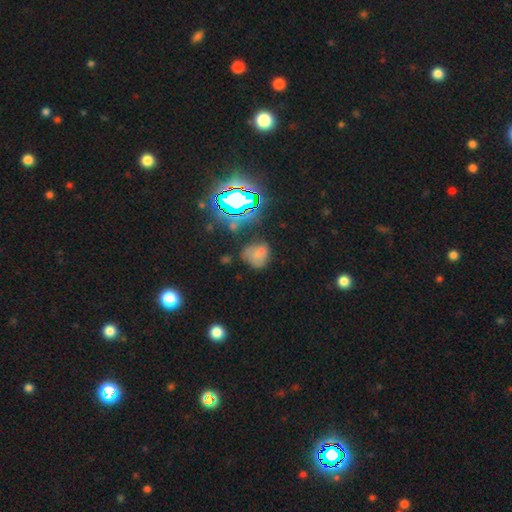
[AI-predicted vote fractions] Smooth or featured? Predicted: smooth (p=0.56). How rounded? Predicted: round (p=0.56). Merging? Predicted: none (p=0.51).